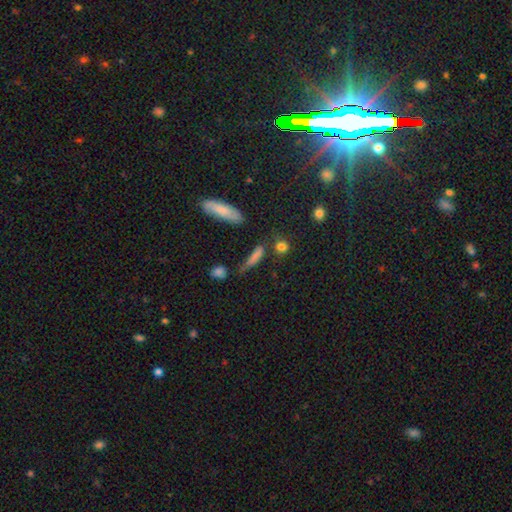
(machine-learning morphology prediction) Smooth or featured: smooth — 63% (featured or disk — 20%)
How rounded: cigar-shaped — 72% (in between — 18%)
Merging: none — 68% (minor disturbance — 16%)